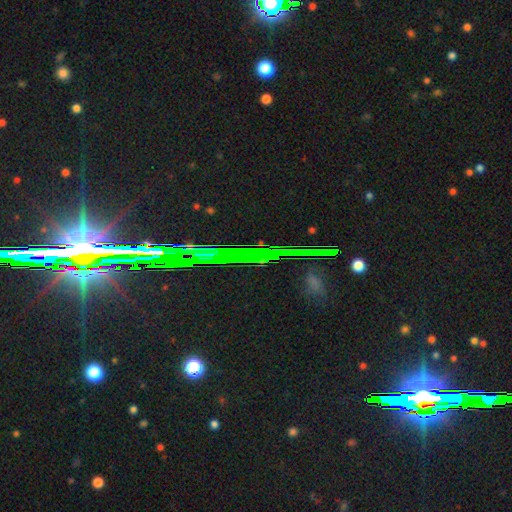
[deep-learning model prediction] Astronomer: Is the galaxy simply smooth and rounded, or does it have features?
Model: star or artifact — 83%.